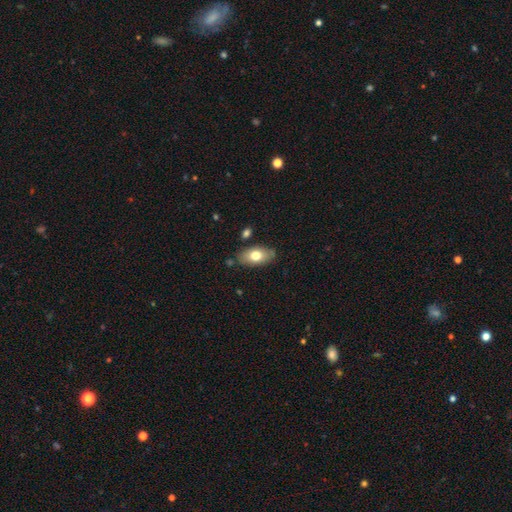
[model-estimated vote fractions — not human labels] Smooth or featured: smooth — 73% (featured or disk — 20%)
How rounded: in between — 91% (round — 5%)
Merging: none — 79% (minor disturbance — 14%)